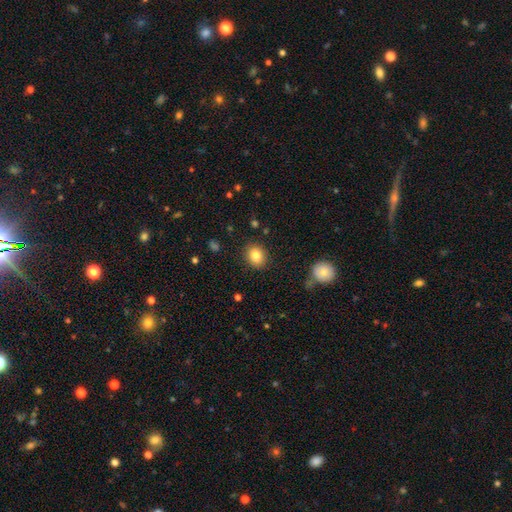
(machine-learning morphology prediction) Smooth or featured: smooth — 83% (star or artifact — 10%)
How rounded: round — 60% (in between — 40%)
Merging: none — 88% (minor disturbance — 8%)